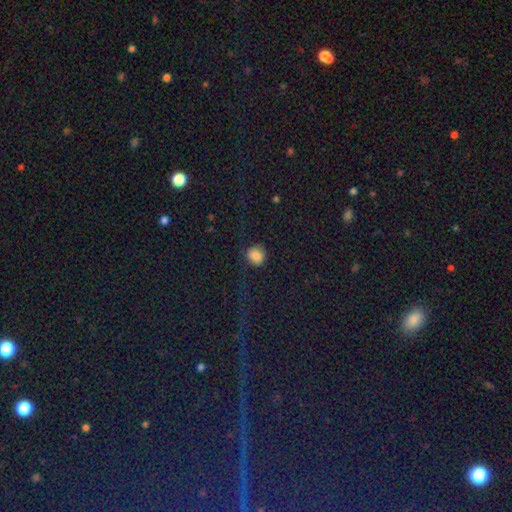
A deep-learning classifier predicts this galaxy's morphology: smooth_or_featured: smooth (p=0.82) [alt: star or artifact p=0.12]
how_rounded: round (p=0.84) [alt: in between p=0.15]
merging: none (p=0.78) [alt: minor disturbance p=0.13]